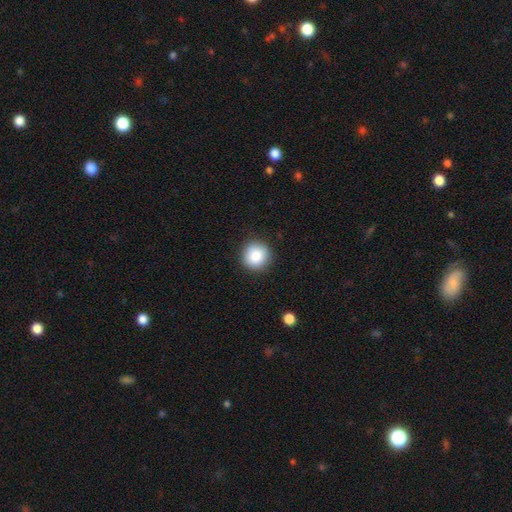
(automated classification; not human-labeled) The model was most divided on "smooth or featured": smooth: 87%, star or artifact: 9%, featured or disk: 5%. More confident: how rounded — round (93%); merging — none (90%).